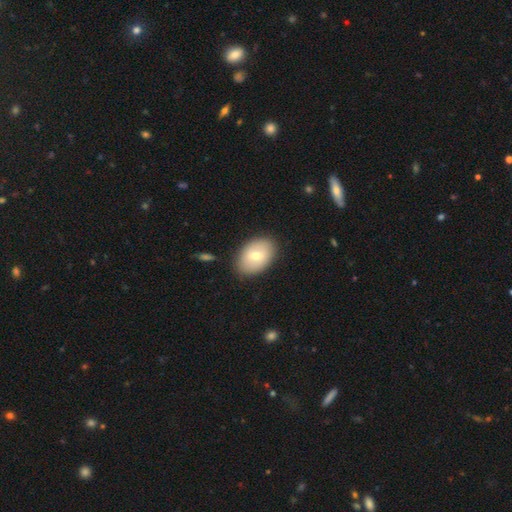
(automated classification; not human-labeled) Smooth or featured? smooth (67%)
How rounded? in between (86%)
Merging? none (86%)